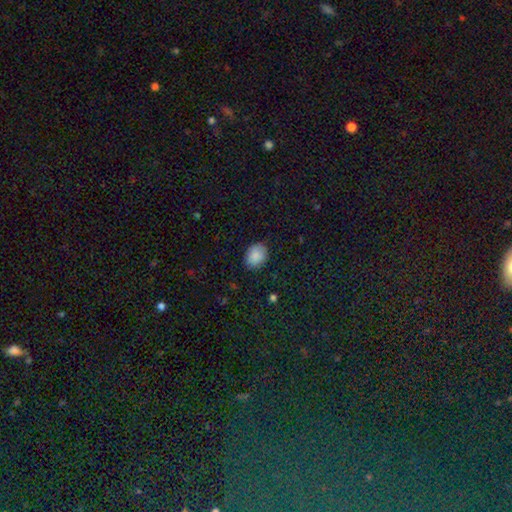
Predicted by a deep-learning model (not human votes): Overall: smooth (89%). How rounded: in between (65%; round 34%). Merging: none (86%).